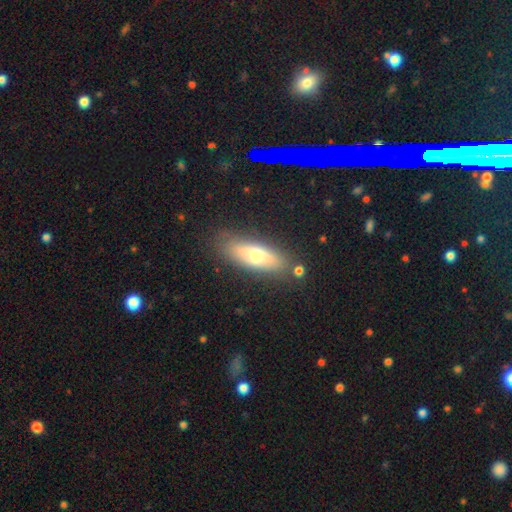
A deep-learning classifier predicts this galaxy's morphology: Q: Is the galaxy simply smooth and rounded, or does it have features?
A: smooth — 57%.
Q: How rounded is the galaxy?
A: in between — 52%.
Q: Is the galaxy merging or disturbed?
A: none — 82%.